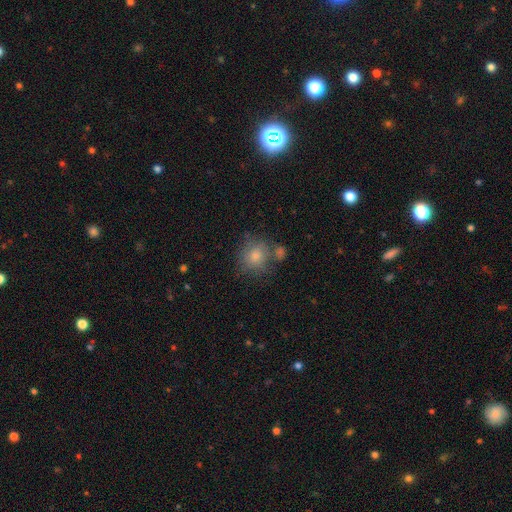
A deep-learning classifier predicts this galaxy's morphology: A smooth galaxy with no disk features (71%) that is round (87%).

Vote fractions:
- Smooth or featured? smooth: 71% / star or artifact: 16% / featured or disk: 14%
- How rounded? round: 87% / in between: 12% / cigar-shaped: 1%
- Merging? none: 68% / merger: 14% / minor disturbance: 13% / major disturbance: 5%